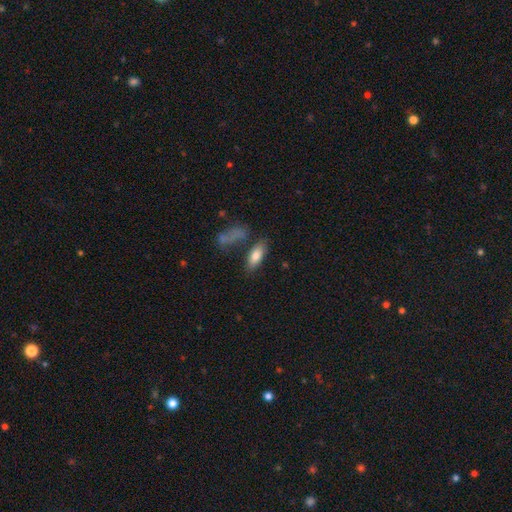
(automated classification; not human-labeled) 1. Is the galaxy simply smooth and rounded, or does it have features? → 80% smooth, 13% featured or disk, 7% star or artifact.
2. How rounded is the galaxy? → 77% in between, 21% cigar-shaped, 3% round.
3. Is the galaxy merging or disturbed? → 69% none, 15% minor disturbance, 11% merger, 5% major disturbance.